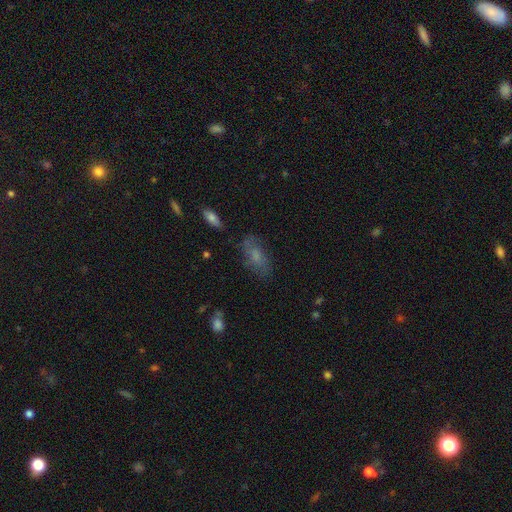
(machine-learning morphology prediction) The model was most divided on "smooth or featured": smooth: 54%, featured or disk: 34%, star or artifact: 12%. More confident: how rounded — in between (85%); merging — none (66%).